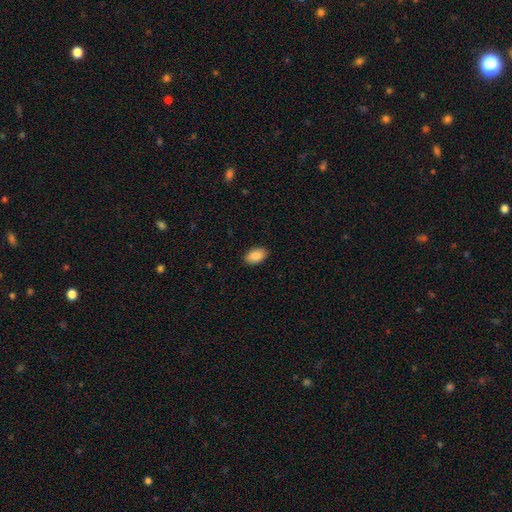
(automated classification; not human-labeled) Overall: smooth (88%). How rounded: in between (91%). Merging: none (89%).